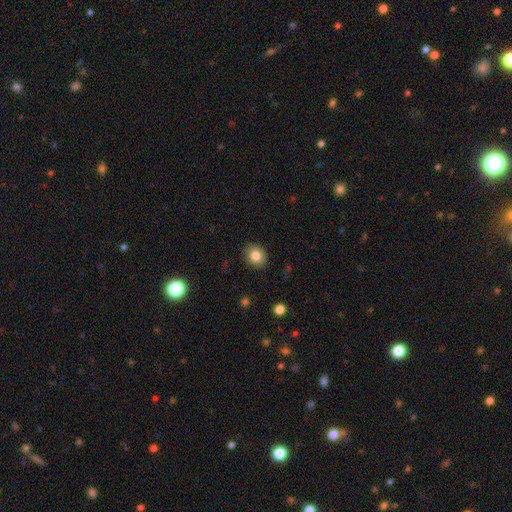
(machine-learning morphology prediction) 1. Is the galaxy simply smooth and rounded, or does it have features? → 82% smooth, 9% star or artifact, 9% featured or disk.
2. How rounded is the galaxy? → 50% round, 49% in between, 1% cigar-shaped.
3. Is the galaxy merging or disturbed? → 88% none, 9% minor disturbance, 2% major disturbance, 1% merger.